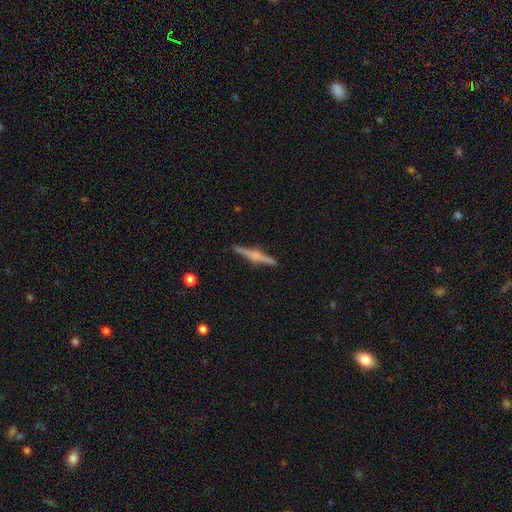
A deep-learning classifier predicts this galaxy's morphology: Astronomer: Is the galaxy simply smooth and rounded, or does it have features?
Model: featured or disk — 76%.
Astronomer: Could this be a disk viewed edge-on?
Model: yes — 98%.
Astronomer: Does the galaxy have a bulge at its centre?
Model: rounded — 73%.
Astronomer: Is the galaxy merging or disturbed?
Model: none — 90%.